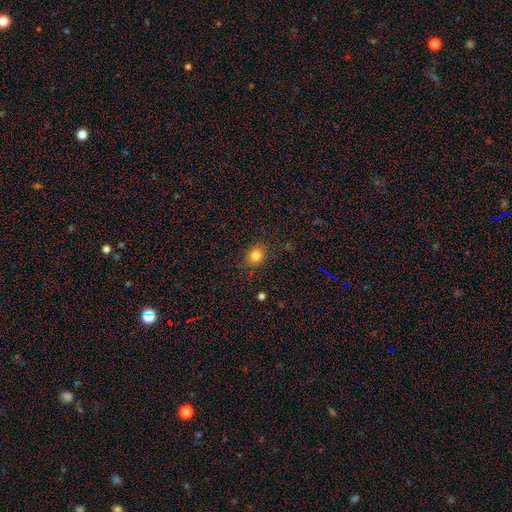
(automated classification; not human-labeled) smooth 81%, star or artifact 12%, featured or disk 7%. Down the decision tree: how rounded — round (60%); merging — none (82%).